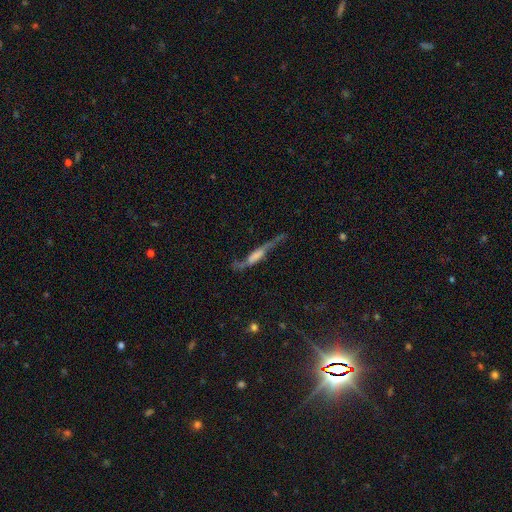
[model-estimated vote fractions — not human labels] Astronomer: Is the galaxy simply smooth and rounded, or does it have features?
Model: featured or disk — 61%.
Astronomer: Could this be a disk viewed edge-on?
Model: yes — 57% (runner-up: no, 43%).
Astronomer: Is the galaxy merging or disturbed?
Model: none — 35% (runner-up: major disturbance, 33%).